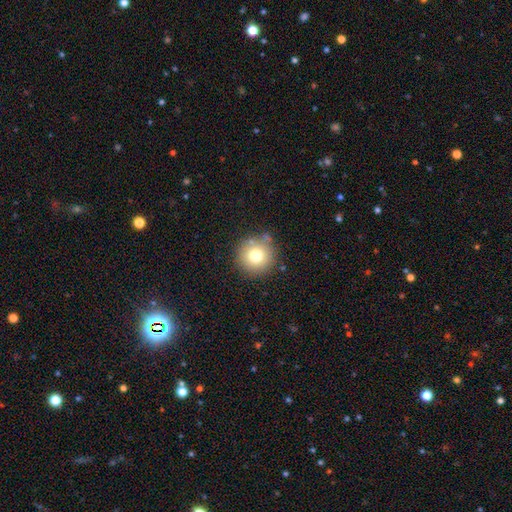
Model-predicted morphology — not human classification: type=smooth (77%); roundness=round (94%); merging=none (80%).